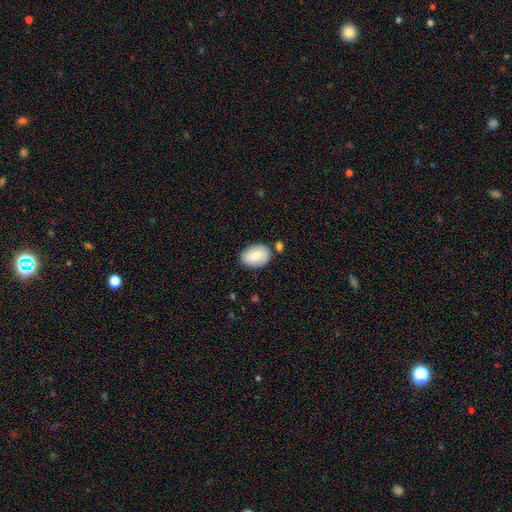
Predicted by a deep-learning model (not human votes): The model was most divided on "smooth or featured": smooth: 72%, featured or disk: 21%, star or artifact: 6%. More confident: how rounded — in between (83%); merging — none (76%).